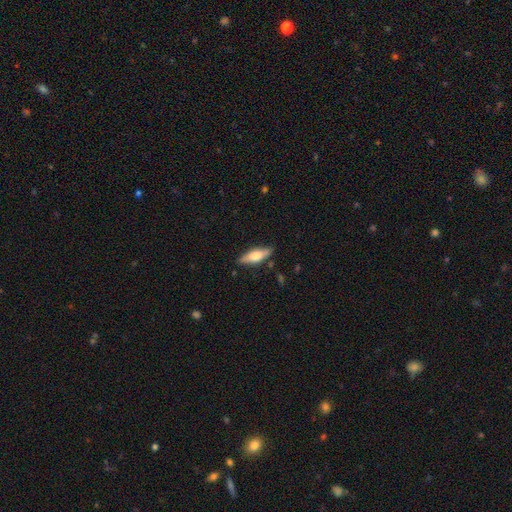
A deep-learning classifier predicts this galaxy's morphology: Overall: smooth (55%; featured or disk 39%). How rounded: in between (55%; cigar-shaped 42%). Merging: none (83%).